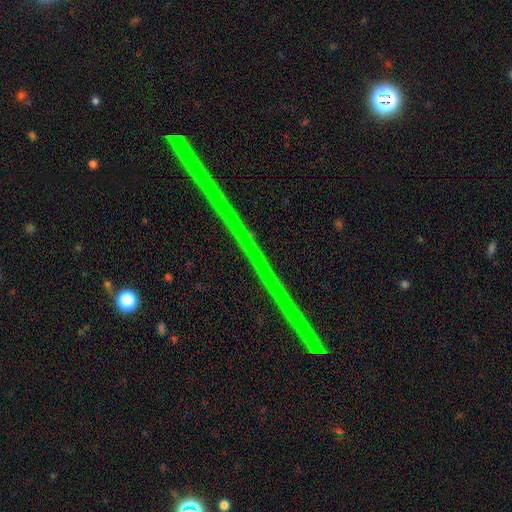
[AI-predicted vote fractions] Smooth or featured? Predicted: star or artifact (p=0.84).